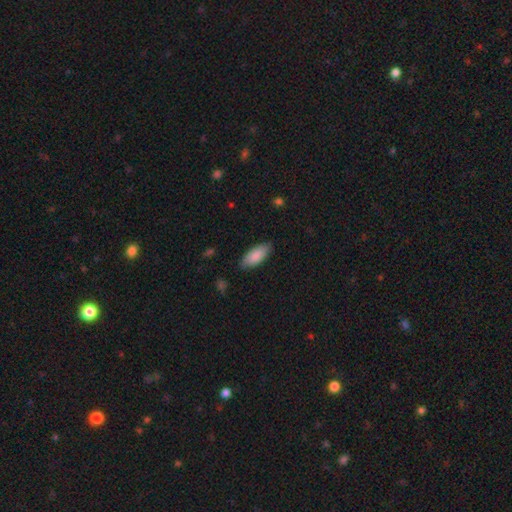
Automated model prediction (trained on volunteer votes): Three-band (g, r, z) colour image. It shows a smooth galaxy with no disk features (87%) that is in between round and cigar-shaped (85%). Merging: none (84%).